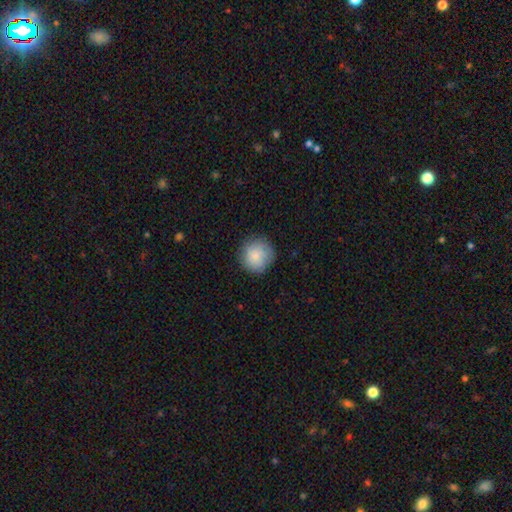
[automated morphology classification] Smooth or featured?
  - smooth: 80% *
  - featured or disk: 13%
  - star or artifact: 7%
How rounded?
  - round: 93% *
  - in between: 6%
  - cigar-shaped: 1%
Merging?
  - none: 85% *
  - minor disturbance: 11%
  - major disturbance: 3%
  - merger: 1%